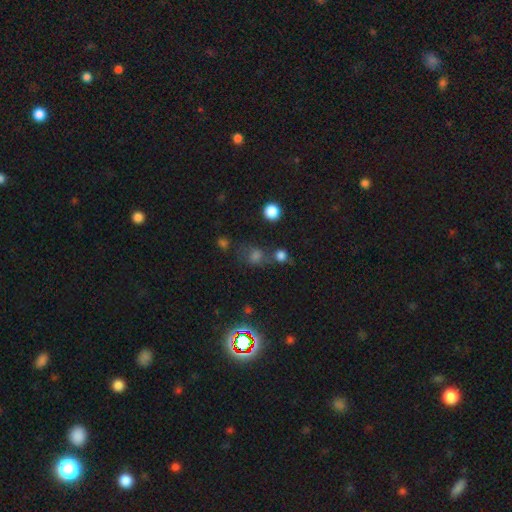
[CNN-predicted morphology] Smooth or featured?
  - smooth: 51% *
  - star or artifact: 37%
  - featured or disk: 12%
How rounded?
  - round: 67% *
  - in between: 31%
  - cigar-shaped: 2%
Merging?
  - none: 57% *
  - merger: 20%
  - minor disturbance: 14%
  - major disturbance: 9%